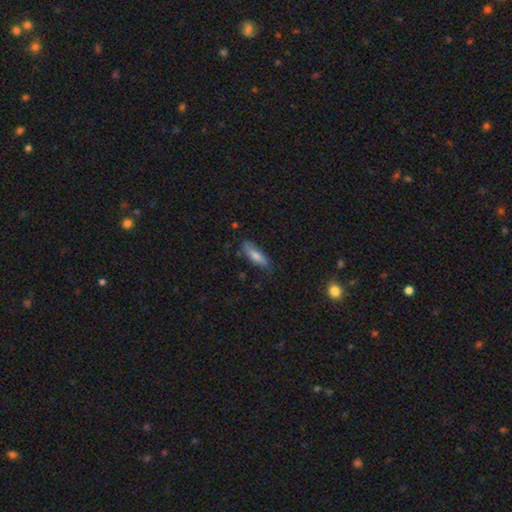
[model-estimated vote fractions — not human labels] Overall: smooth (70%). How rounded: cigar-shaped (54%; in between 43%). Merging: none (72%).